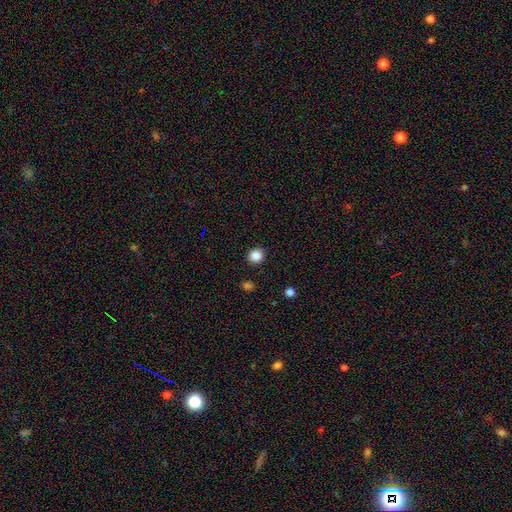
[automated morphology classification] A smooth galaxy with no disk features (85%) that is round (89%). Merging: none (92%).